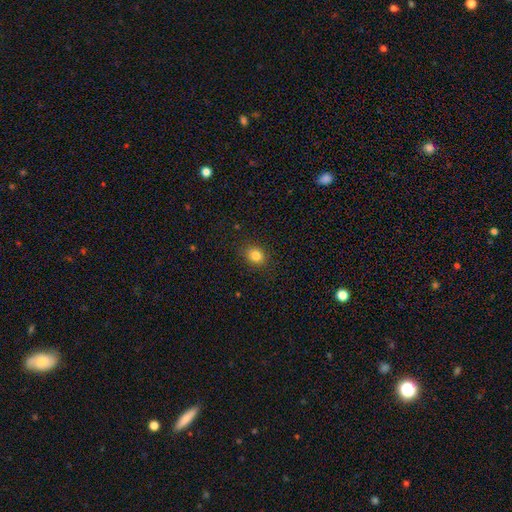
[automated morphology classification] smooth 83%, star or artifact 11%, featured or disk 6%. Down the decision tree: how rounded — round (63%); merging — none (88%).